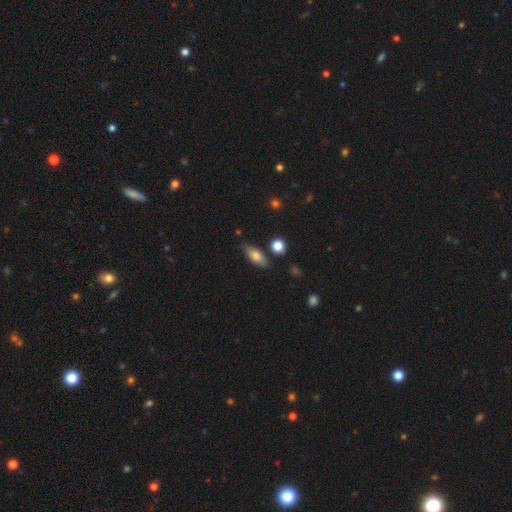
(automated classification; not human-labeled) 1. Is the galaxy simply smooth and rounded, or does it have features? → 72% smooth, 20% featured or disk, 8% star or artifact.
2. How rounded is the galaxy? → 72% in between, 23% cigar-shaped, 5% round.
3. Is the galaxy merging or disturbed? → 79% none, 13% minor disturbance, 4% merger, 3% major disturbance.